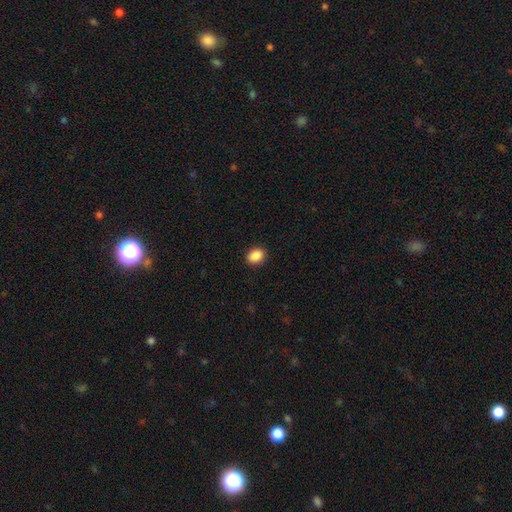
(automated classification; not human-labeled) Smooth or featured? smooth (89%)
How rounded? in between (61%)
Merging? none (90%)